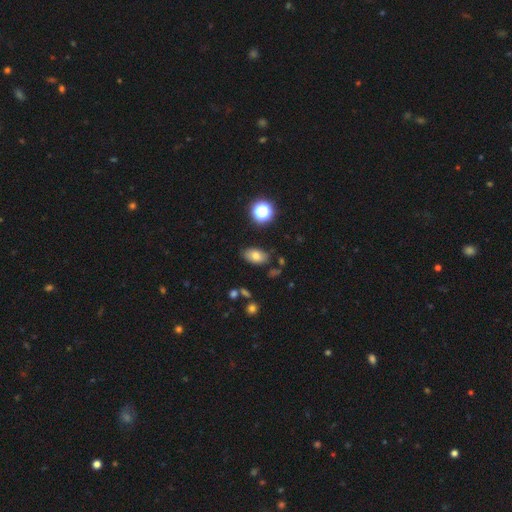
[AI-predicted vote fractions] A smooth galaxy with no disk features (76%) that is in between round and cigar-shaped (90%).

Vote fractions:
- Smooth or featured? smooth: 76% / featured or disk: 12% / star or artifact: 12%
- How rounded? in between: 90% / round: 8% / cigar-shaped: 2%
- Merging? none: 82% / minor disturbance: 12% / merger: 3% / major disturbance: 3%